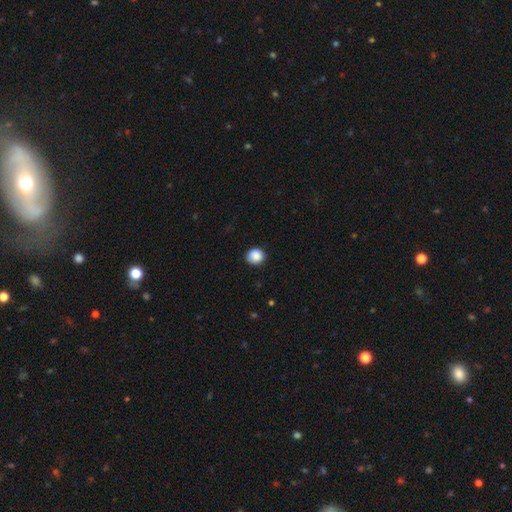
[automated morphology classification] The model was most divided on "how rounded": round: 83%, in between: 16%, cigar-shaped: 1%. More confident: smooth or featured — smooth (88%); merging — none (86%).